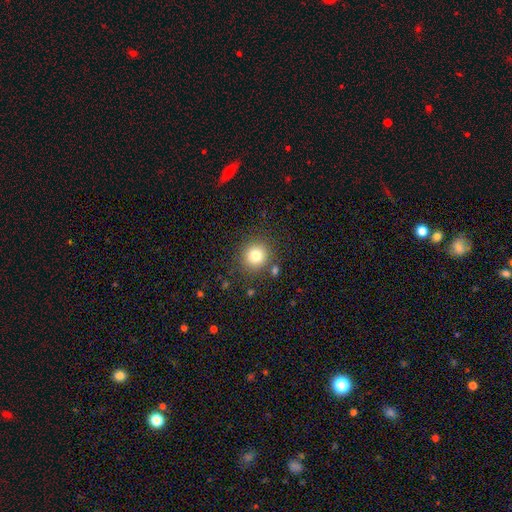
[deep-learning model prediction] smooth 80%, star or artifact 12%, featured or disk 8%. Down the decision tree: how rounded — round (91%); merging — none (85%).